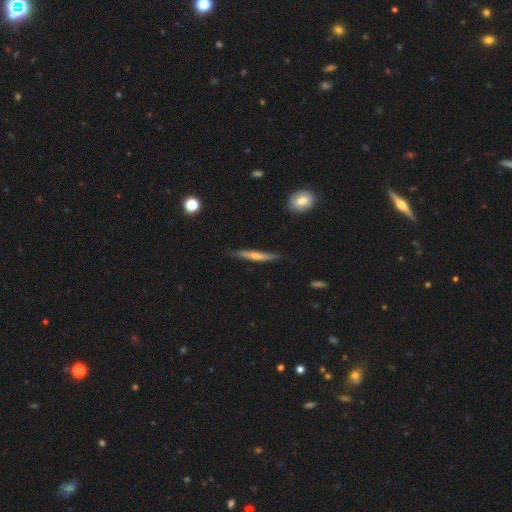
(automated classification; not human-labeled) This is likely a featured or disk galaxy (61%). It is clearly viewed edge-on (95%). Edge-on bulge: likely rounded (72%). Merging: clearly none (85%).